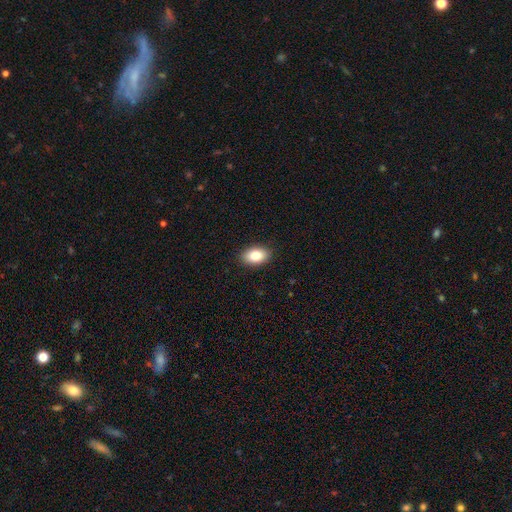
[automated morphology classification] smooth_or_featured: smooth (p=0.81) [alt: featured or disk p=0.11]
how_rounded: in between (p=0.88) [alt: round p=0.10]
merging: none (p=0.90) [alt: minor disturbance p=0.08]